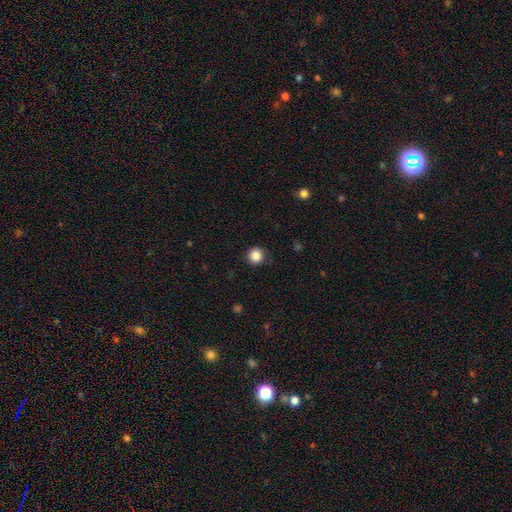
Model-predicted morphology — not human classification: Overall: smooth (87%). How rounded: round (94%). Merging: none (89%).